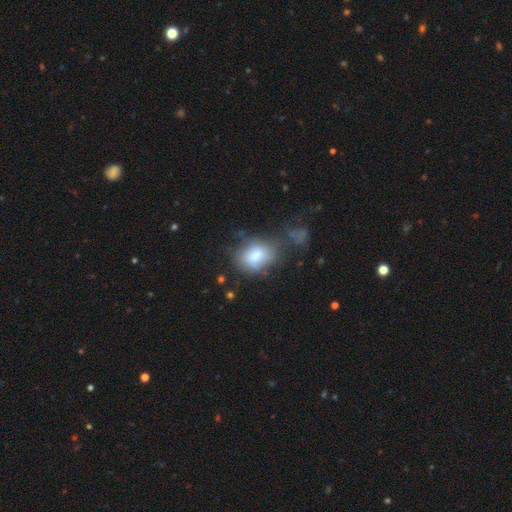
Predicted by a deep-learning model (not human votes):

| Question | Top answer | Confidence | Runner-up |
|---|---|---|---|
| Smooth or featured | smooth | 74% | featured or disk (17%) |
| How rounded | in between | 73% | round (26%) |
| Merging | none | 37% | minor disturbance (26%) |